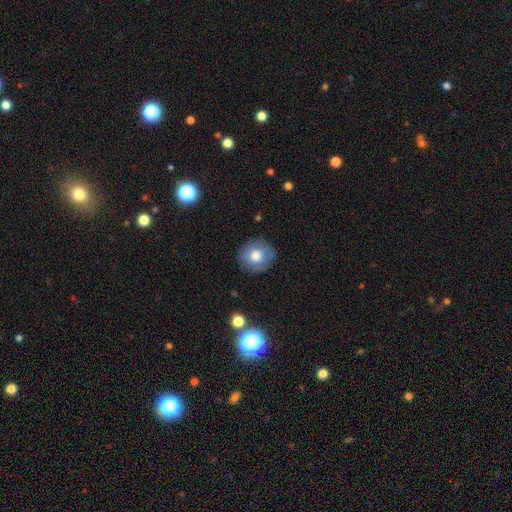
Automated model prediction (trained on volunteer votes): This is likely a smooth galaxy (73%). How rounded: clearly round (92%). Merging: clearly none (85%).